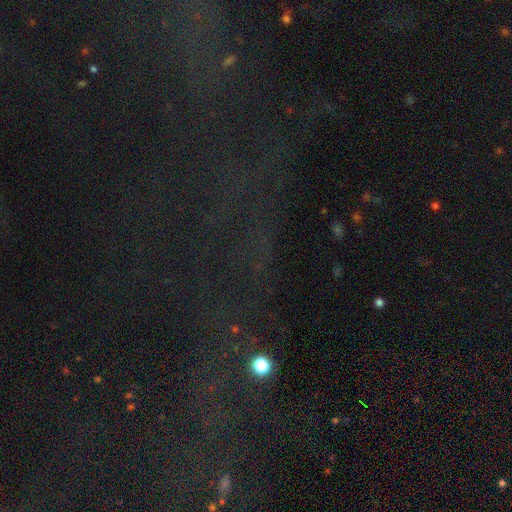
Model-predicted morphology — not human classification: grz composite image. It shows a star or artifact, not a galaxy (75%).